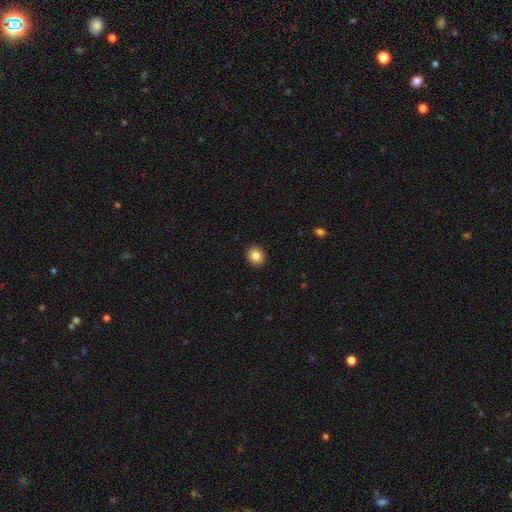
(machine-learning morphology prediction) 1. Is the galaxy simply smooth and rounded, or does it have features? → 86% smooth, 9% star or artifact, 5% featured or disk.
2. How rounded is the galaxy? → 83% round, 16% in between, 1% cigar-shaped.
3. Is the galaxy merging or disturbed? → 93% none, 5% minor disturbance, 2% major disturbance, 1% merger.